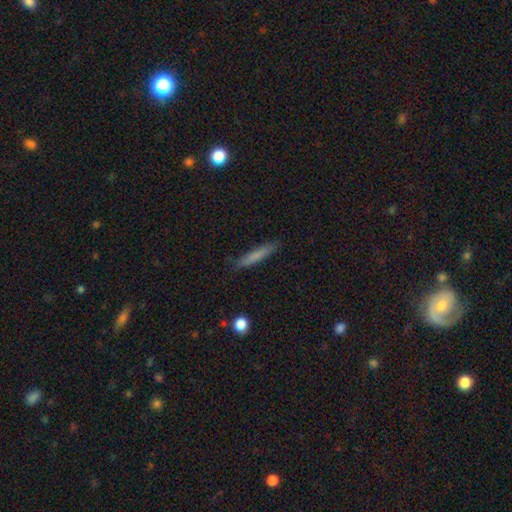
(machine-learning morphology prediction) Smooth or featured? Predicted: smooth (p=0.74). How rounded? Predicted: cigar-shaped (p=0.93). Merging? Predicted: none (p=0.87).